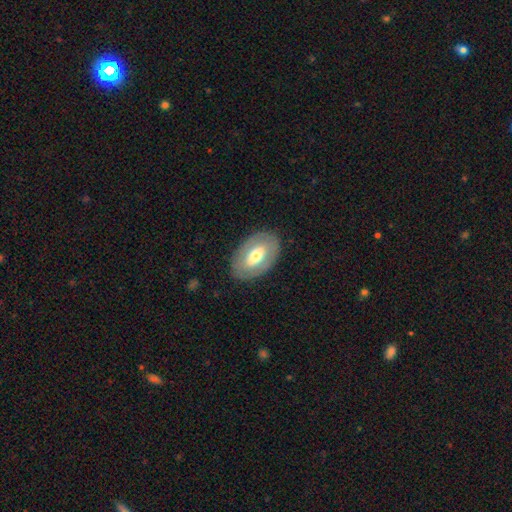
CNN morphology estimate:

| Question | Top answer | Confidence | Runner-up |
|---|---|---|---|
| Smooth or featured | featured or disk | 48% | smooth (47%) |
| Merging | none | 85% | minor disturbance (10%) |